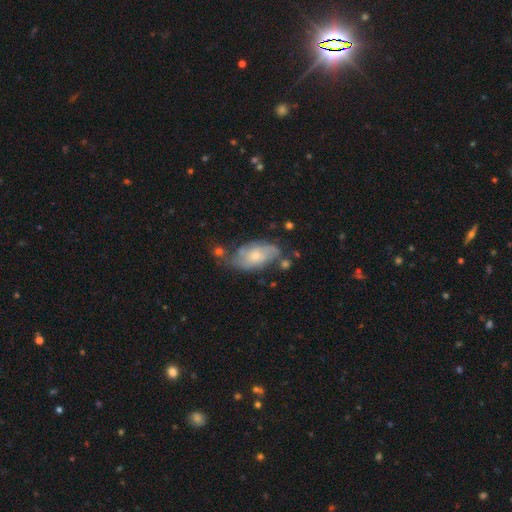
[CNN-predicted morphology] Overall: featured or disk (59%; smooth 34%). Edge-on disk: no (94%). Bar: no (76%). Spiral arms: yes (77%). Bulge size: small (58%; moderate 35%). Merging: none (45%; minor disturbance 28%).